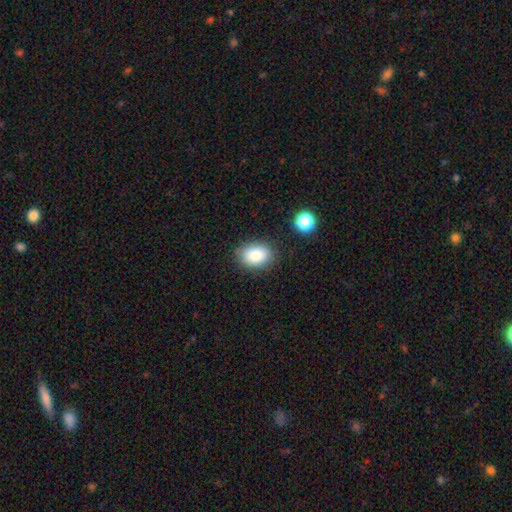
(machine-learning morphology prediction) The model was most divided on "how rounded": in between: 75%, round: 24%, cigar-shaped: 1%. More confident: smooth or featured — smooth (84%); merging — none (82%).